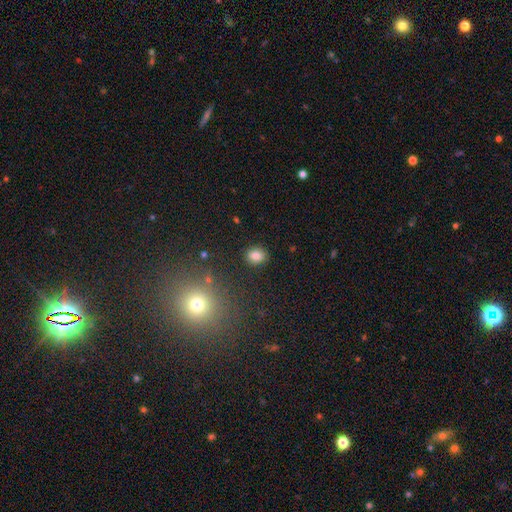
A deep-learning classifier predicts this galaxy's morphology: A smooth galaxy with no disk features (83%) that is round (60%). Merging: none (88%).